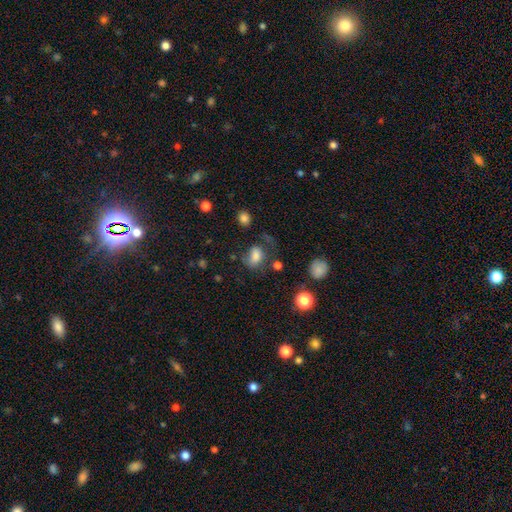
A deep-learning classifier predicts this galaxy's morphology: A smooth galaxy with no disk features (74%) that is in between round and cigar-shaped (74%). Merging: none (46%).